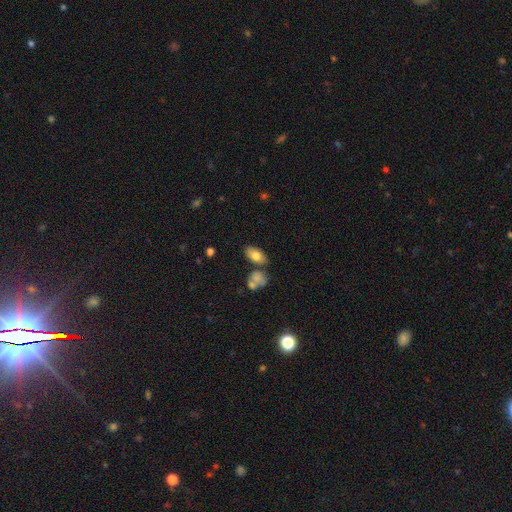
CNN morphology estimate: The model was most divided on "merging": none: 66%, merger: 15%, minor disturbance: 15%, major disturbance: 4%. More confident: how rounded — in between (91%); smooth or featured — smooth (78%).